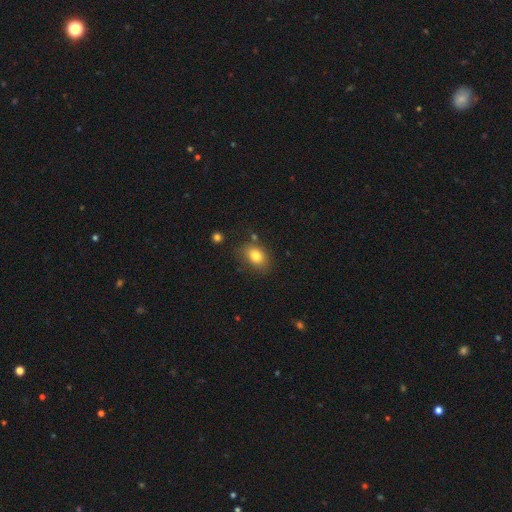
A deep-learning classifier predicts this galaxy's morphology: Smooth or featured: smooth — 81% (star or artifact — 10%)
How rounded: in between — 75% (round — 24%)
Merging: none — 75% (minor disturbance — 16%)